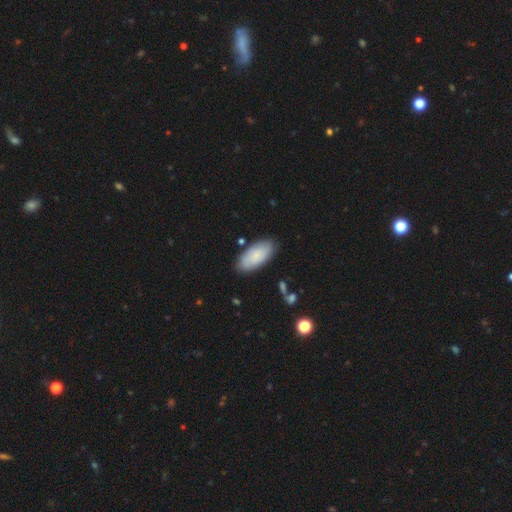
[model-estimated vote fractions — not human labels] Smooth or featured: smooth — 77% (featured or disk — 17%)
How rounded: in between — 93% (cigar-shaped — 6%)
Merging: none — 83% (minor disturbance — 13%)